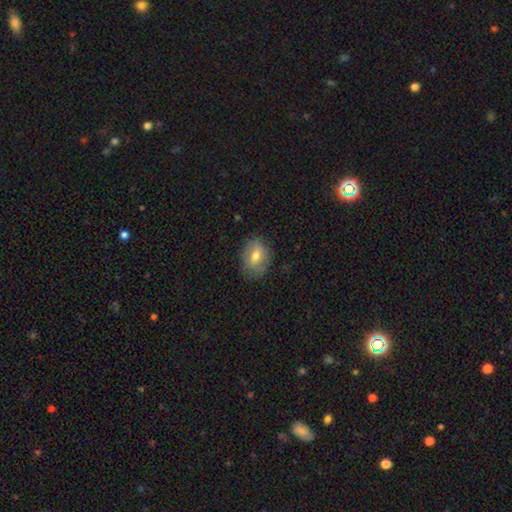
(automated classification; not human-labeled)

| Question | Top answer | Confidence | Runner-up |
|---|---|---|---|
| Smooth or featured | smooth | 69% | featured or disk (23%) |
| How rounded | in between | 72% | round (27%) |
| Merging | none | 77% | minor disturbance (17%) |